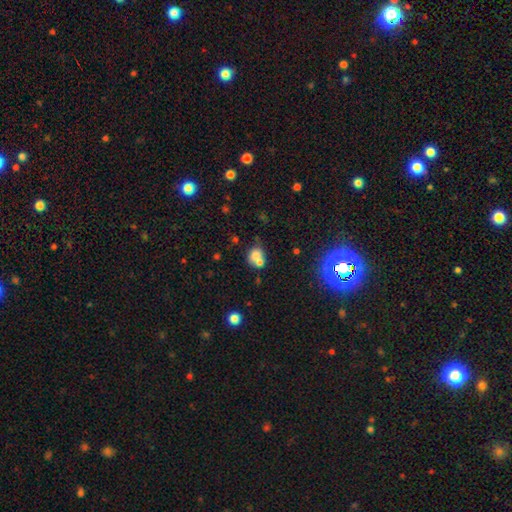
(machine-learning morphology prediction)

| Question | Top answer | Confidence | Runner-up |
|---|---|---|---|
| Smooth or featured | smooth | 72% | featured or disk (15%) |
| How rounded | round | 65% | in between (34%) |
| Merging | merger | 49% | none (35%) |